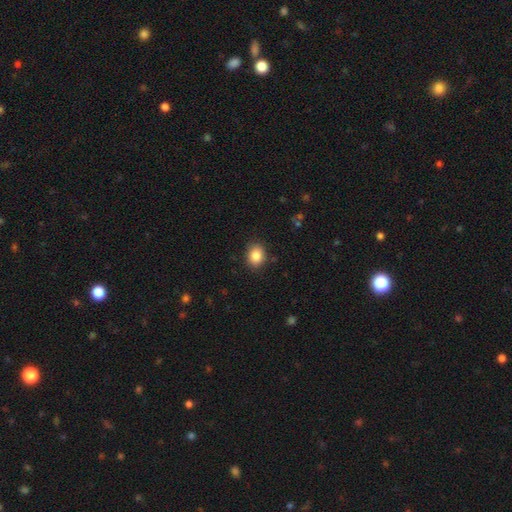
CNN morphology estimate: A smooth galaxy with no disk features (85%) that is round (51%). Merging: none (86%).